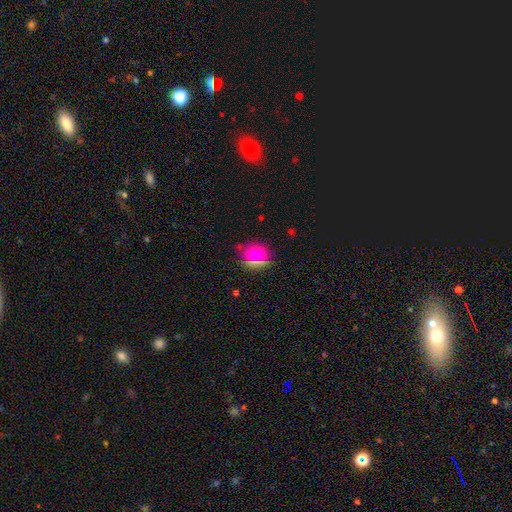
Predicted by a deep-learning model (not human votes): This is likely a smooth galaxy (71%). How rounded: likely round (76%). Merging: clearly none (82%).